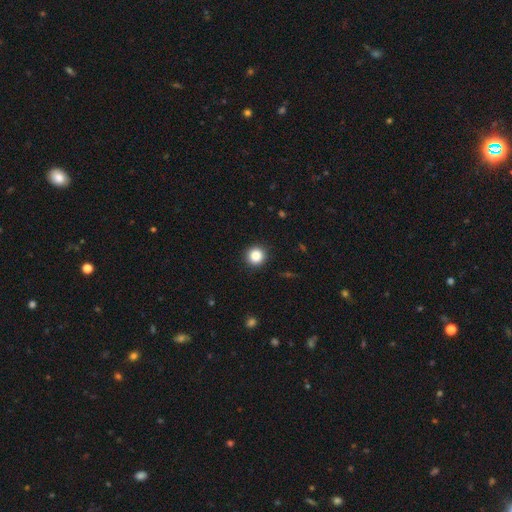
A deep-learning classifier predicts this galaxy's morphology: smooth-or-featured: smooth: 85% | star or artifact: 10% | featured or disk: 4%
  how-rounded: round: 95% | in between: 4% | cigar-shaped: 1%
  merging: none: 92% | minor disturbance: 5% | major disturbance: 2% | merger: 1%